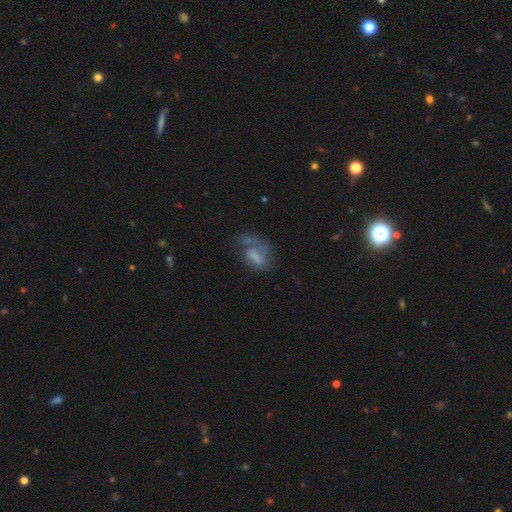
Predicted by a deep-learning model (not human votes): Smooth or featured? smooth (54%)
How rounded? in between (78%)
Merging? major disturbance (36%)